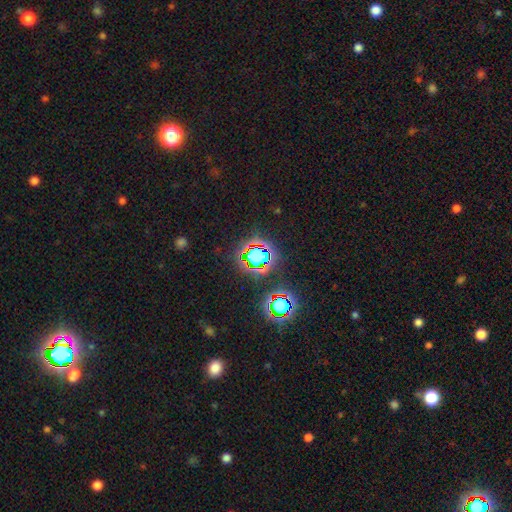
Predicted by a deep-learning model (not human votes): smooth-or-featured: star or artifact: 67% | smooth: 21% | featured or disk: 12%